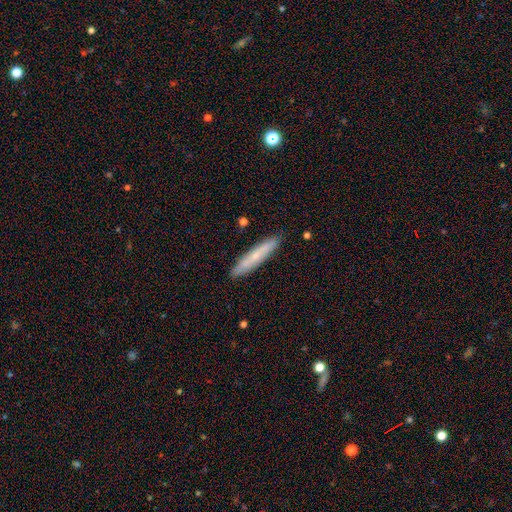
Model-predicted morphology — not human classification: The model was most divided on "smooth or featured": smooth: 58%, featured or disk: 35%, star or artifact: 6%. More confident: how rounded — cigar-shaped (91%); merging — none (88%).